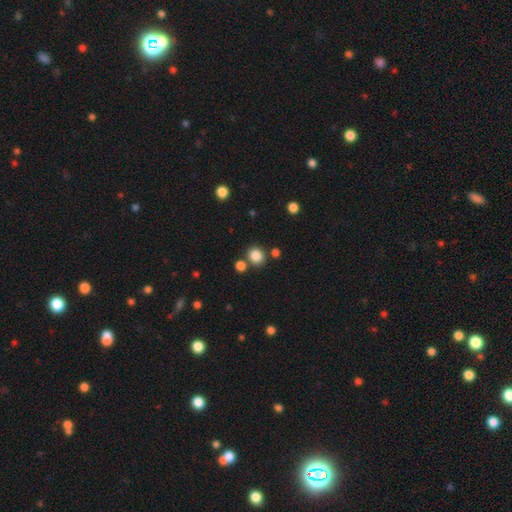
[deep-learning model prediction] smooth 84%, star or artifact 11%, featured or disk 4%. Down the decision tree: how rounded — round (83%); merging — none (77%).